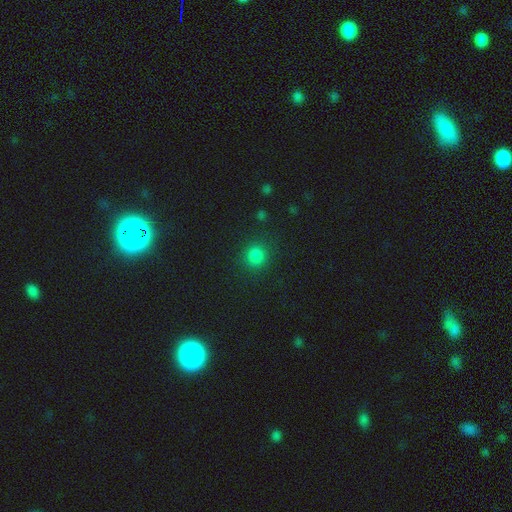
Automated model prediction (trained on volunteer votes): Smooth or featured: smooth — 82% (star or artifact — 14%)
How rounded: round — 88% (in between — 11%)
Merging: none — 86% (minor disturbance — 8%)